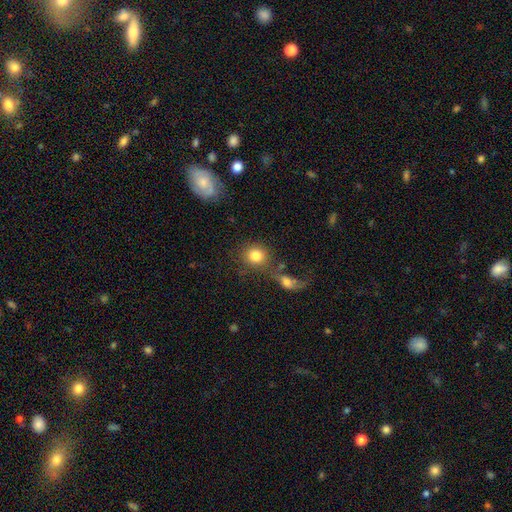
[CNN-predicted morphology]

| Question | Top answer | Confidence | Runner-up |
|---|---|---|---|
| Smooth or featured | smooth | 82% | featured or disk (9%) |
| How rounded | round | 81% | in between (18%) |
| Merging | none | 52% | merger (28%) |